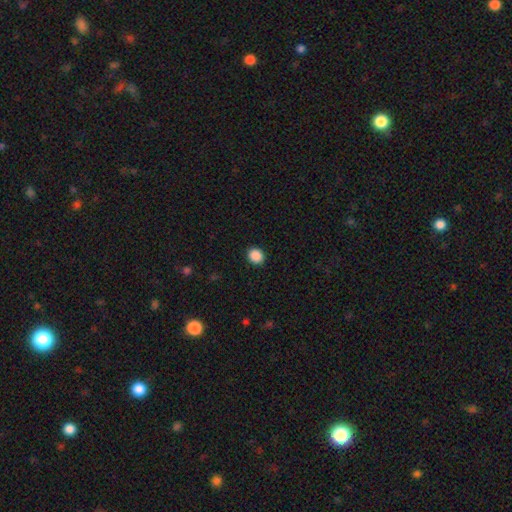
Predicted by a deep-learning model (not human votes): smooth_or_featured: smooth (p=0.89) [alt: star or artifact p=0.09]
how_rounded: round (p=0.77) [alt: in between p=0.22]
merging: none (p=0.91) [alt: minor disturbance p=0.06]